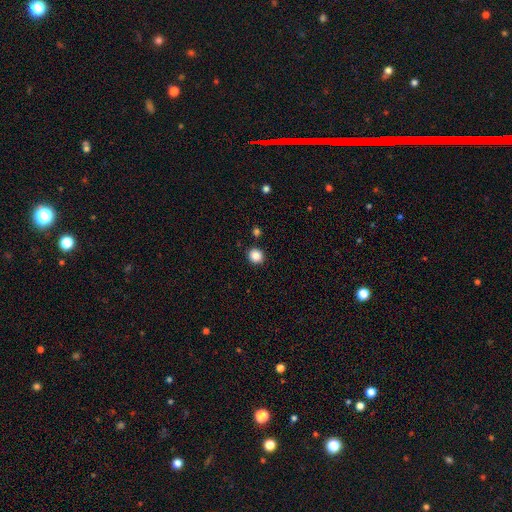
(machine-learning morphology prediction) Smooth or featured: smooth — 87% (star or artifact — 10%)
How rounded: round — 90% (in between — 9%)
Merging: none — 90% (minor disturbance — 6%)